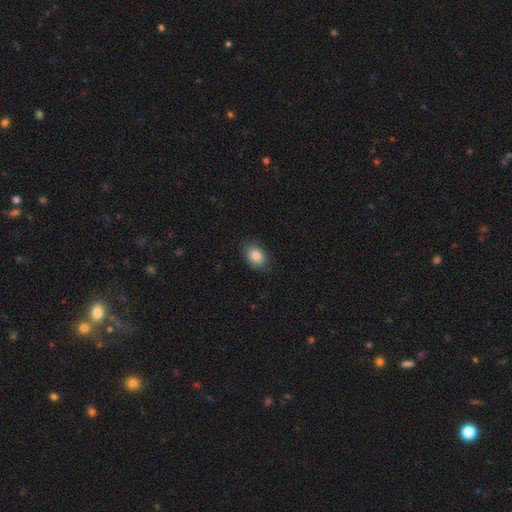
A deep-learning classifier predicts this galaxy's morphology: Smooth or featured: smooth — 86% (star or artifact — 7%)
How rounded: in between — 83% (round — 16%)
Merging: none — 81% (minor disturbance — 15%)